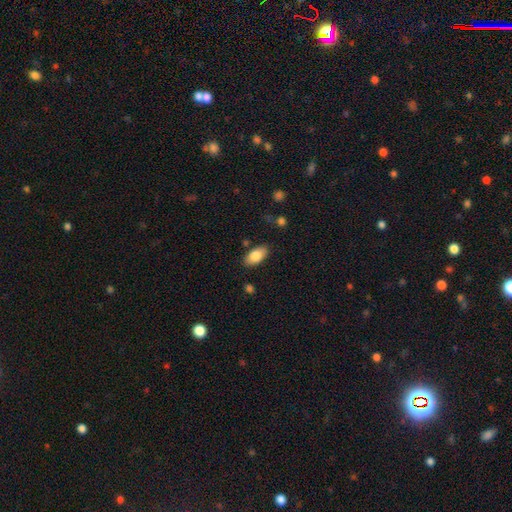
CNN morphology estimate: A smooth galaxy with no disk features (82%) that is in between round and cigar-shaped (93%). Merging: none (84%).